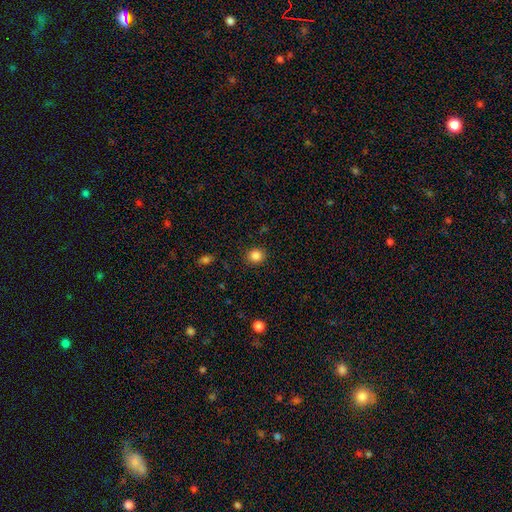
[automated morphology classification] The model was most divided on "how rounded": round: 81%, in between: 18%, cigar-shaped: 1%. More confident: merging — none (89%); smooth or featured — smooth (85%).